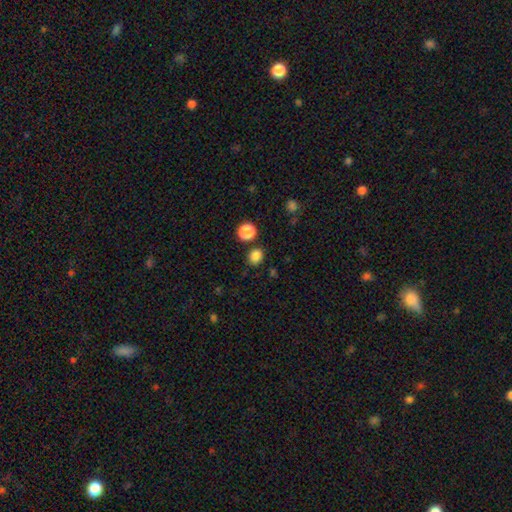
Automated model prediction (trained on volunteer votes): A smooth galaxy with no disk features (83%) that is round (70%). Merging: none (83%).